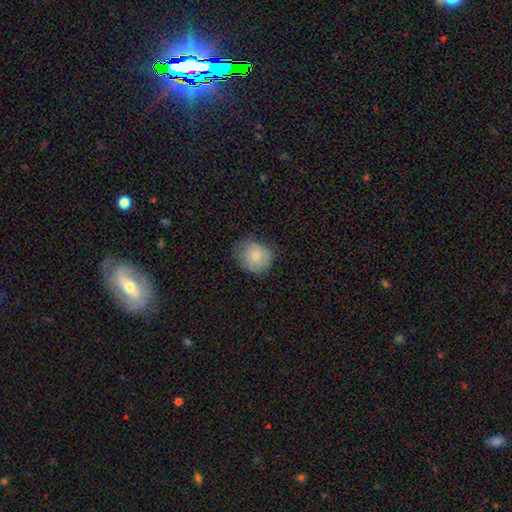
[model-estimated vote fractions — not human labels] A smooth galaxy with no disk features (76%) that is round (78%).

Vote fractions:
- Smooth or featured? smooth: 76% / featured or disk: 17% / star or artifact: 7%
- How rounded? round: 78% / in between: 21% / cigar-shaped: 1%
- Merging? none: 62% / minor disturbance: 29% / major disturbance: 7% / merger: 1%